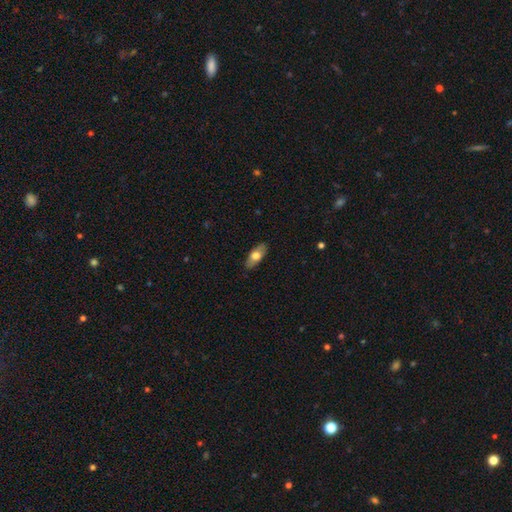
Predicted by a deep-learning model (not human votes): Smooth or featured?
  - smooth: 65% *
  - featured or disk: 29%
  - star or artifact: 6%
How rounded?
  - in between: 84% *
  - cigar-shaped: 13%
  - round: 3%
Merging?
  - none: 84% *
  - minor disturbance: 12%
  - major disturbance: 2%
  - merger: 1%